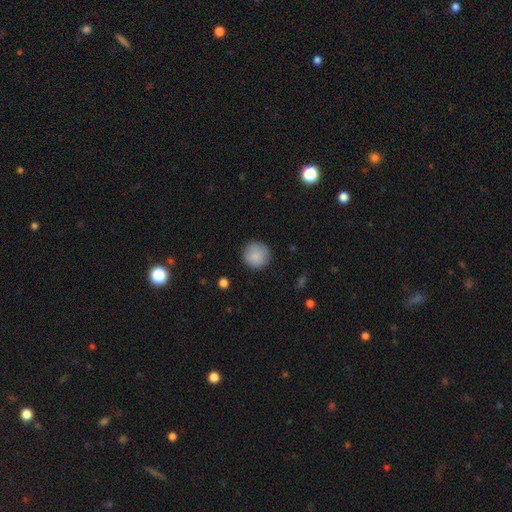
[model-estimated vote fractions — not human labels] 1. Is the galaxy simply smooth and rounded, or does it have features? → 88% smooth, 7% star or artifact, 5% featured or disk.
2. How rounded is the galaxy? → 95% round, 4% in between, 1% cigar-shaped.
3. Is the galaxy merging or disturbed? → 89% none, 8% minor disturbance, 2% major disturbance, 1% merger.